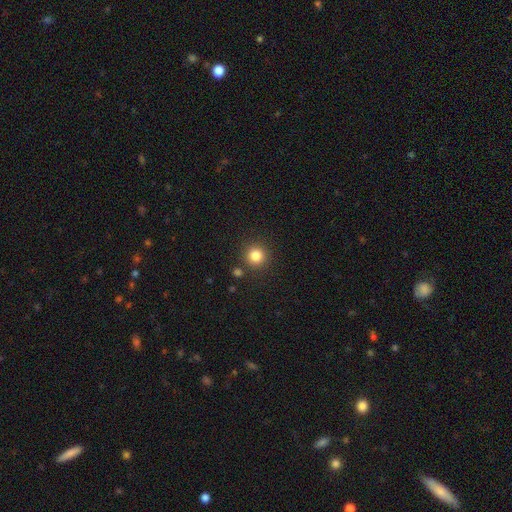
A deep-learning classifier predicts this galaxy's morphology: smooth-or-featured: smooth: 83% | star or artifact: 12% | featured or disk: 5%
  how-rounded: round: 94% | in between: 5% | cigar-shaped: 1%
  merging: none: 87% | minor disturbance: 7% | merger: 4% | major disturbance: 3%